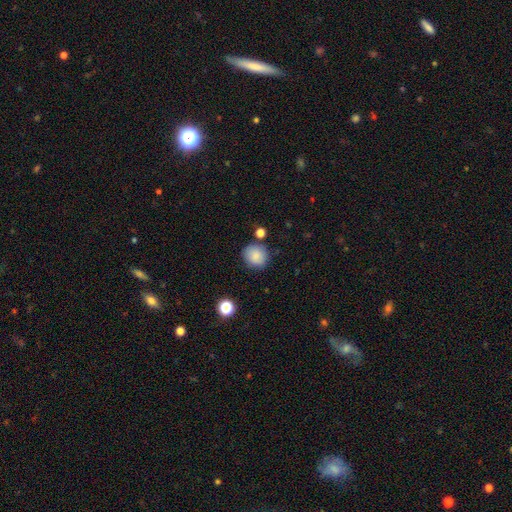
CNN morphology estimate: This is clearly a smooth galaxy (85%). How rounded: clearly round (84%). Merging: clearly none (81%).